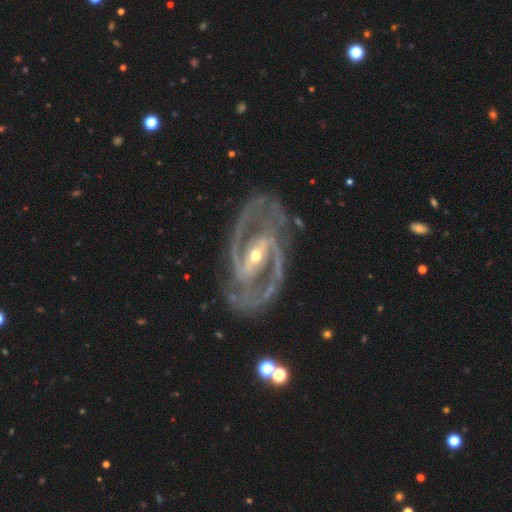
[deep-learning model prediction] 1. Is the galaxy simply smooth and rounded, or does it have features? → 94% featured or disk, 4% star or artifact, 2% smooth.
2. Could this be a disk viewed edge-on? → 97% no, 3% yes.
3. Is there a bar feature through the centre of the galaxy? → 55% strong, 32% weak, 13% no.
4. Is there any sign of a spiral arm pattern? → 98% yes, 2% no.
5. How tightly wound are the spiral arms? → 62% medium, 25% tight, 14% loose.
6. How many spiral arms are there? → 89% 2, 4% 3, 2% can't tell, 2% 4, 2% 1, 2% more than 4.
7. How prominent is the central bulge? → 50% moderate, 46% small, 2% large, 1% none, 1% dominant.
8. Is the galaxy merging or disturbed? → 73% none, 17% minor disturbance, 8% major disturbance, 2% merger.